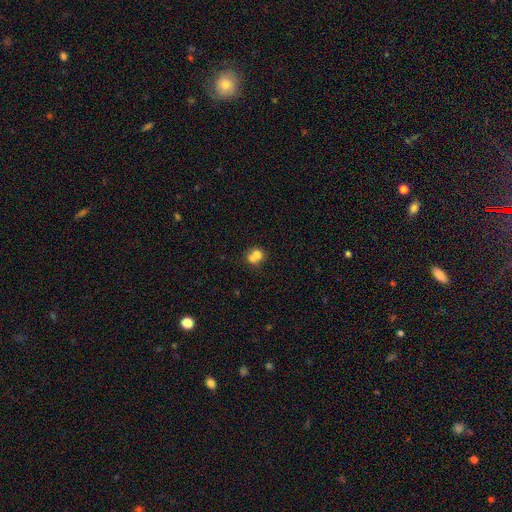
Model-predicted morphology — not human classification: type=smooth (71%); roundness=round (74%); merging=merger (60%).